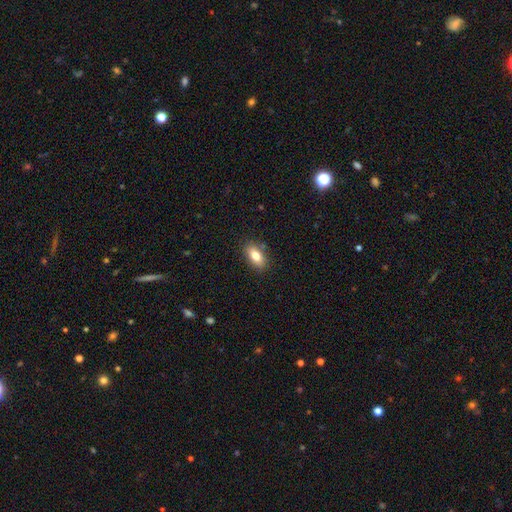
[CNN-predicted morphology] Smooth or featured?
  - smooth: 80% *
  - featured or disk: 12%
  - star or artifact: 8%
How rounded?
  - in between: 88% *
  - cigar-shaped: 7%
  - round: 5%
Merging?
  - none: 86% *
  - minor disturbance: 10%
  - major disturbance: 2%
  - merger: 2%